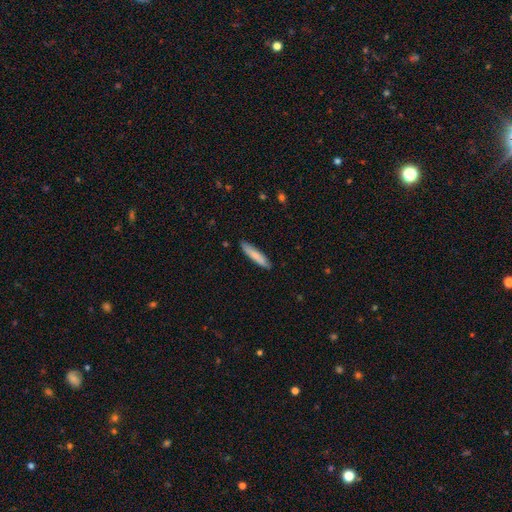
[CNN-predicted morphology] Smooth or featured: smooth — 82% (featured or disk — 13%)
How rounded: cigar-shaped — 88% (in between — 11%)
Merging: none — 88% (minor disturbance — 10%)